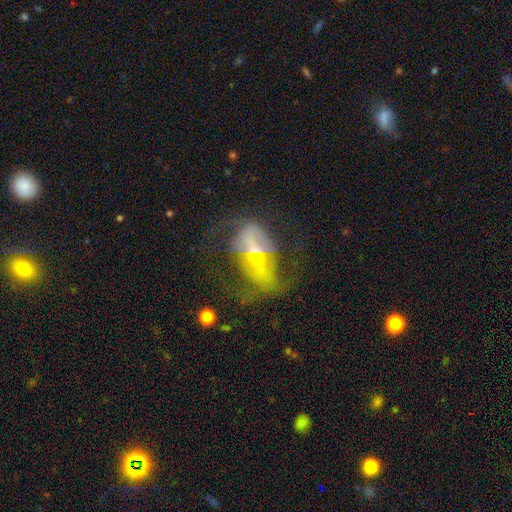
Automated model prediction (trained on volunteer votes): Smooth or featured: featured or disk — 58% (smooth — 27%)
Edge-on disk: no — 93% (yes — 7%)
Bar: no — 63% (weak — 23%)
Spiral arms: no — 67% (yes — 33%)
Bulge size: small — 55% (moderate — 27%)
Merging: major disturbance — 40% (none — 26%)